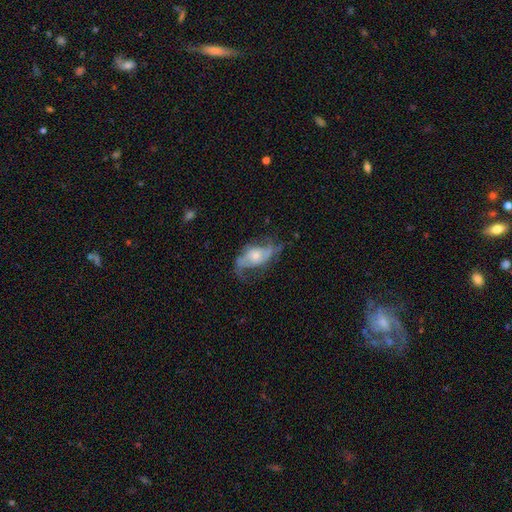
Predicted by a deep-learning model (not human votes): Smooth or featured?
  - featured or disk: 70% *
  - smooth: 23%
  - star or artifact: 7%
Edge-on disk?
  - no: 92% *
  - yes: 8%
Bar?
  - no: 72% *
  - weak: 22%
  - strong: 7%
Spiral arms?
  - yes: 80% *
  - no: 20%
Spiral winding?
  - loose: 46% *
  - medium: 37%
  - tight: 17%
Spiral arm count?
  - 2: 69% *
  - can't tell: 16%
  - 1: 6%
  - 3: 5%
  - 4: 2%
  - more than 4: 2%
Bulge size?
  - small: 53% *
  - moderate: 40%
  - large: 4%
  - none: 2%
  - dominant: 1%
Merging?
  - none: 49% *
  - major disturbance: 25%
  - minor disturbance: 24%
  - merger: 2%